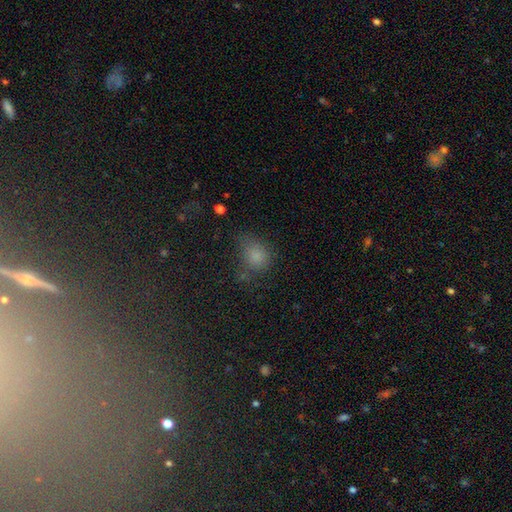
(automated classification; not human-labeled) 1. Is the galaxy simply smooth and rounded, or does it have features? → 78% smooth, 15% star or artifact, 7% featured or disk.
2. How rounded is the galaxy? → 61% round, 37% in between, 1% cigar-shaped.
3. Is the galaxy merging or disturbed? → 54% none, 27% minor disturbance, 14% major disturbance, 6% merger.